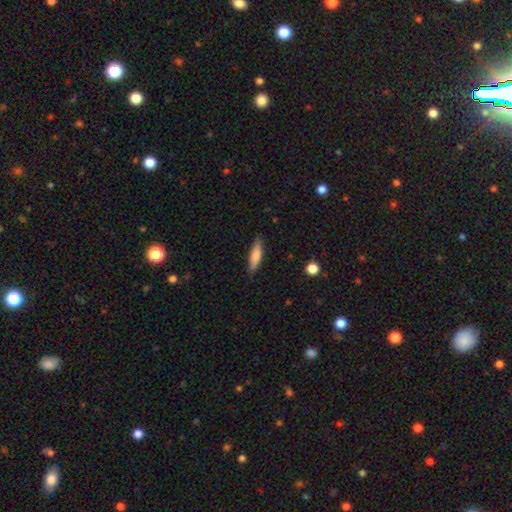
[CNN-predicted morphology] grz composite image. It shows a smooth galaxy with no disk features (80%) that is cigar-shaped (67%). Merging: none (86%).